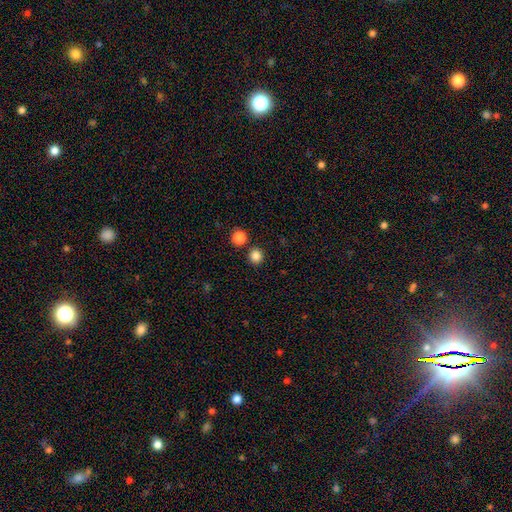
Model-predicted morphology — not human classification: type=smooth (83%); roundness=round (90%); merging=none (87%).